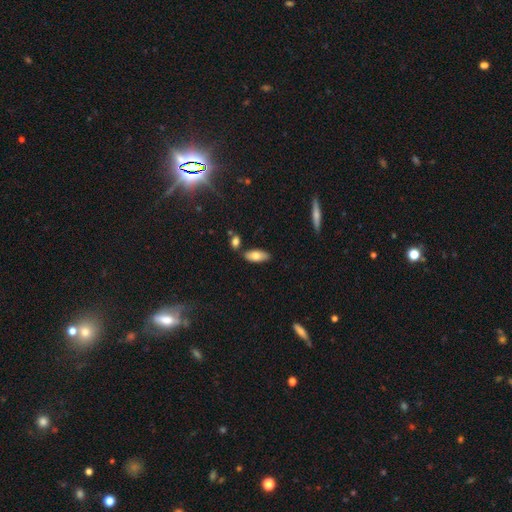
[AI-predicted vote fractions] Q: Smooth or featured?
A: smooth (77%); runner-up: featured or disk (17%)
Q: How rounded?
A: in between (84%); runner-up: cigar-shaped (13%)
Q: Merging?
A: none (80%); runner-up: minor disturbance (12%)